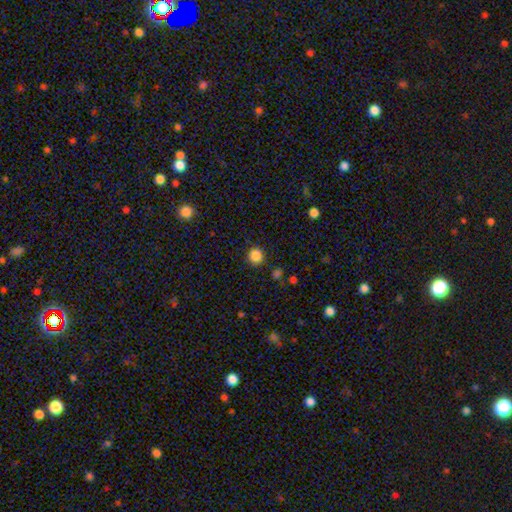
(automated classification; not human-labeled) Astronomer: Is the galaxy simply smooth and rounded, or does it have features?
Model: smooth — 85%.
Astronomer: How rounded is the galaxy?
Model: round — 90%.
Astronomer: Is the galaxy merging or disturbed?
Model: none — 87%.